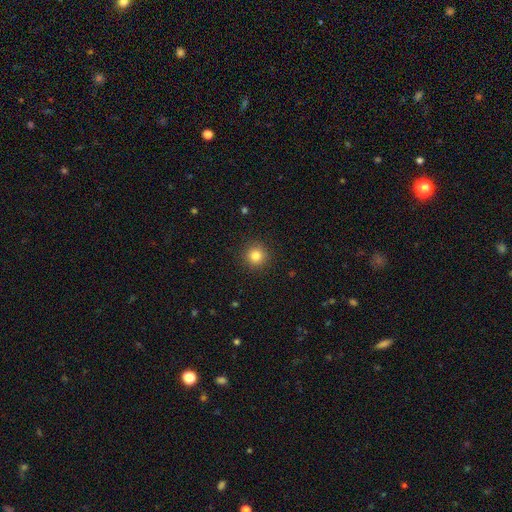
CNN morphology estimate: smooth_or_featured: smooth (p=0.83) [alt: star or artifact p=0.12]
how_rounded: round (p=0.95) [alt: in between p=0.05]
merging: none (p=0.91) [alt: minor disturbance p=0.05]